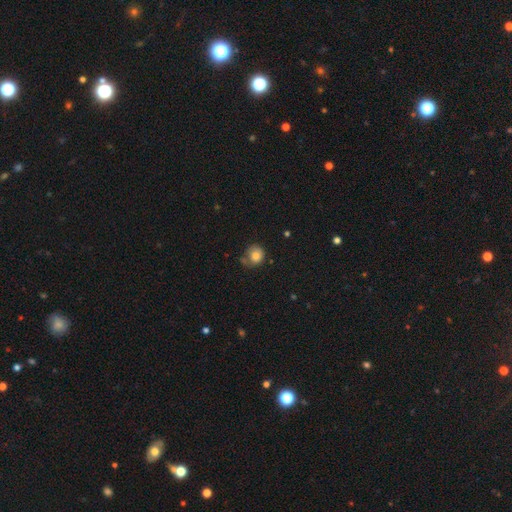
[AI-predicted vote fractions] This appears to be a smooth galaxy with no disk features (77%) that is round (81%). Merging: none (55%).